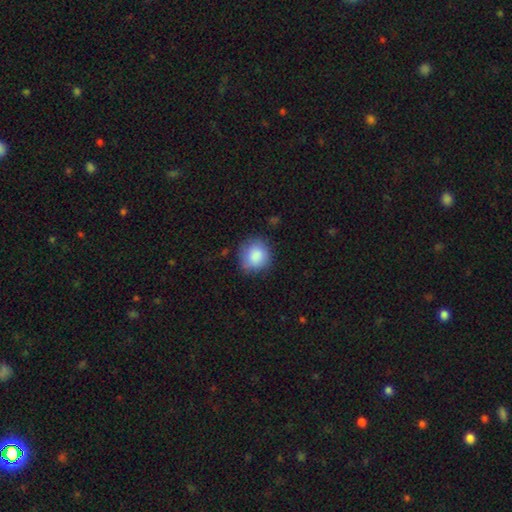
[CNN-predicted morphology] smooth 86%, star or artifact 7%, featured or disk 6%. Down the decision tree: how rounded — round (82%); merging — none (77%).